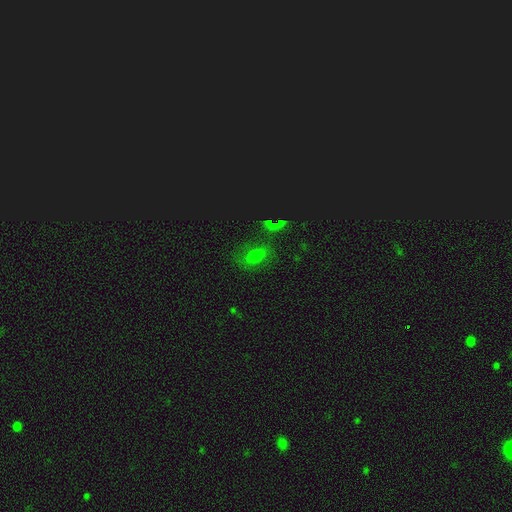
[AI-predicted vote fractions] A smooth galaxy with no disk features (59%) that is in between round and cigar-shaped (73%).

Vote fractions:
- Smooth or featured? smooth: 59% / star or artifact: 28% / featured or disk: 13%
- How rounded? in between: 73% / round: 24% / cigar-shaped: 4%
- Merging? none: 71% / minor disturbance: 17% / major disturbance: 8% / merger: 3%